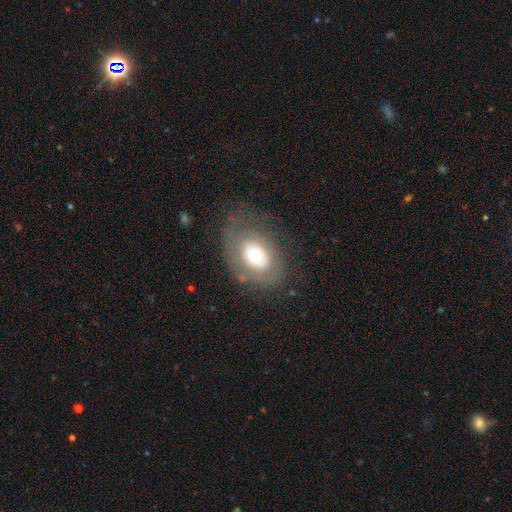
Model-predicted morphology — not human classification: This is possibly a smooth galaxy (51%). How rounded: likely in between (67%). Merging: likely none (64%).